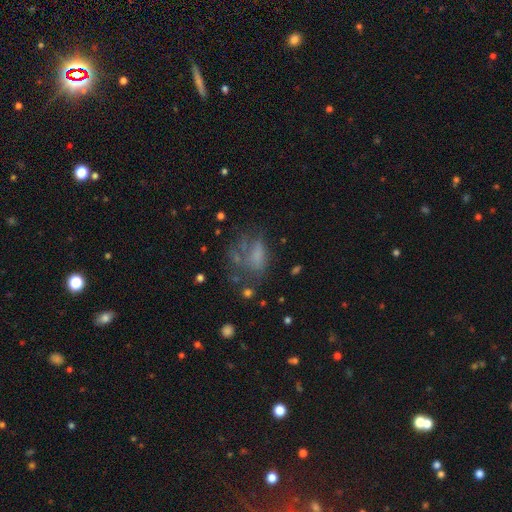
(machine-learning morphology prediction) Overall: smooth (49%; featured or disk 34%). Merging: major disturbance (38%; none 32%).